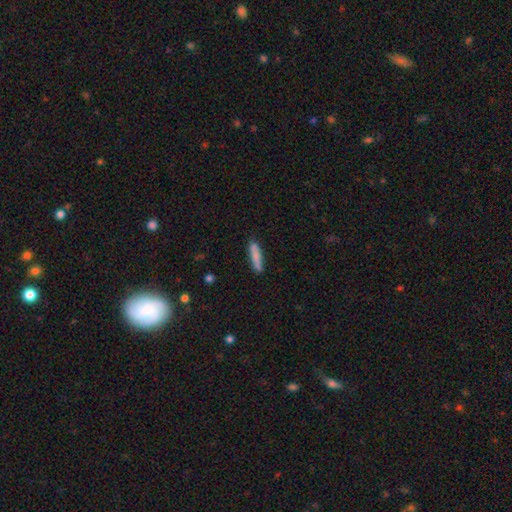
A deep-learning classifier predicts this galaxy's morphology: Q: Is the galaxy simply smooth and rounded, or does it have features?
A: smooth — 80%.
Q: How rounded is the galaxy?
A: cigar-shaped — 87%.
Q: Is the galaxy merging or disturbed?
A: none — 81%.